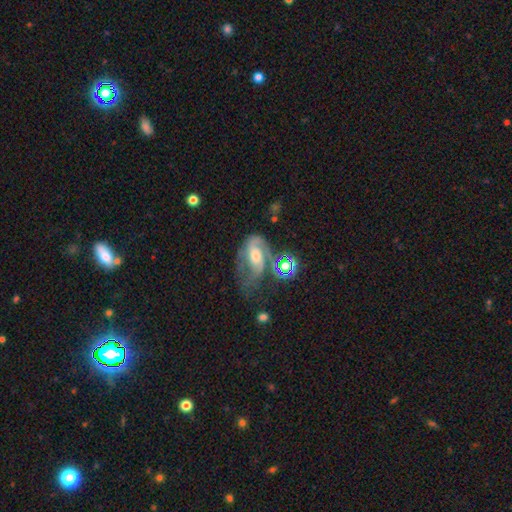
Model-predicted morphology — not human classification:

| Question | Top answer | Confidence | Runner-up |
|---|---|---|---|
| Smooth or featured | featured or disk | 68% | smooth (21%) |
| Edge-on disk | no | 96% | yes (4%) |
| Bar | no | 51% | weak (36%) |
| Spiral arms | yes | 83% | no (17%) |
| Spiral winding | medium | 46% | tight (28%) |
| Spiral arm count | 2 | 58% | can't tell (18%) |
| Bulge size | moderate | 60% | small (21%) |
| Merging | major disturbance | 37% | none (30%) |